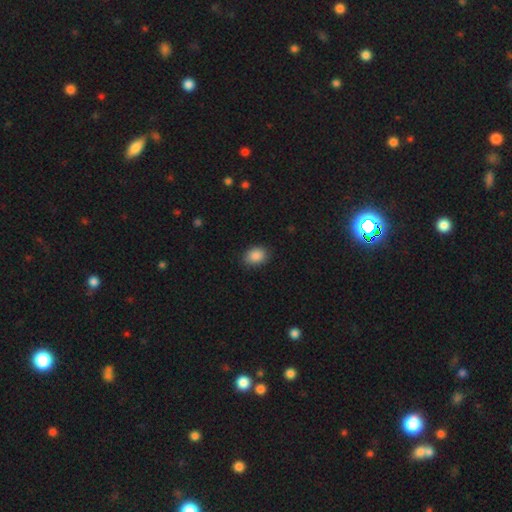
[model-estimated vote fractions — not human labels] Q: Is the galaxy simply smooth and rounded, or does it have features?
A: smooth — 88%.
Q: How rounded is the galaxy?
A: in between — 66%.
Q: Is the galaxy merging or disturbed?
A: none — 86%.